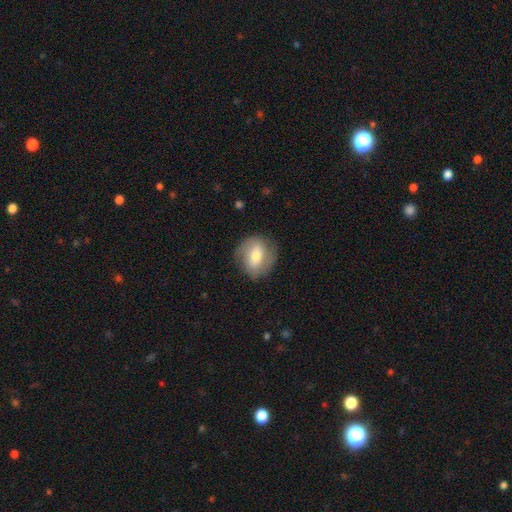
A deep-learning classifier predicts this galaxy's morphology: This appears to be a smooth galaxy with no disk features (48%). Merging: none (79%).